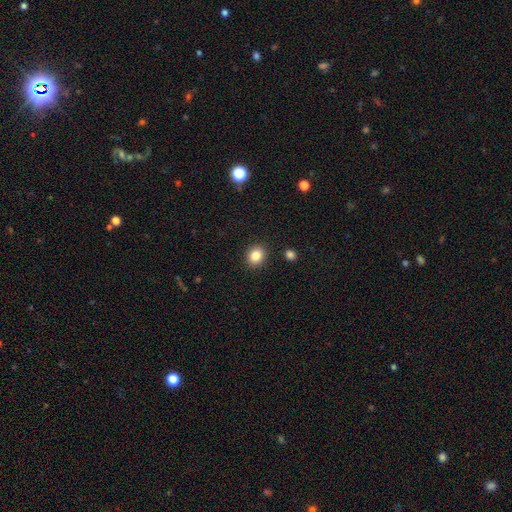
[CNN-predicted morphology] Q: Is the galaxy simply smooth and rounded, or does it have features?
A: smooth — 84%.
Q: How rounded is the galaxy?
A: round — 67%.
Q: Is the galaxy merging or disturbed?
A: none — 90%.